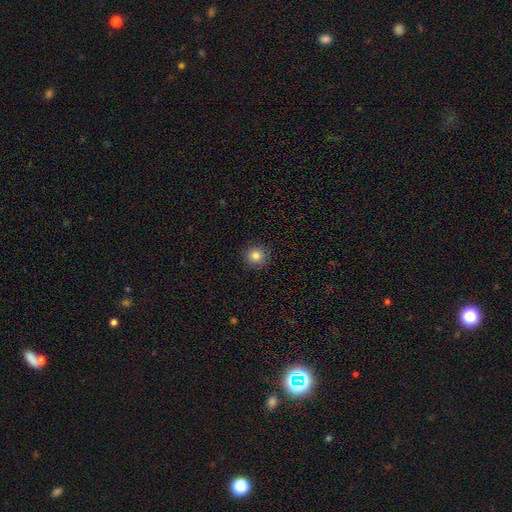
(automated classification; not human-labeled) The model was most divided on "smooth or featured": smooth: 84%, star or artifact: 11%, featured or disk: 5%. More confident: how rounded — round (94%); merging — none (92%).